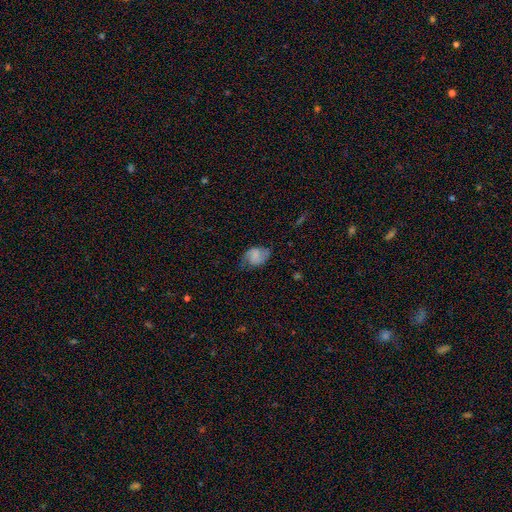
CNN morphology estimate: This appears to be a smooth galaxy with no disk features (51%) that is in between round and cigar-shaped (73%). Merging: none (59%).